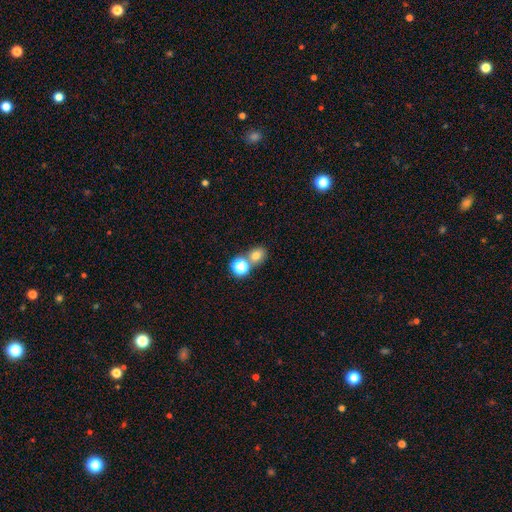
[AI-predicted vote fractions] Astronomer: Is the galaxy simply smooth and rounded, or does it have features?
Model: smooth — 72%.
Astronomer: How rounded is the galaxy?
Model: round — 56% (runner-up: in between, 43%).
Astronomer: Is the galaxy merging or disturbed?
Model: none — 59%.